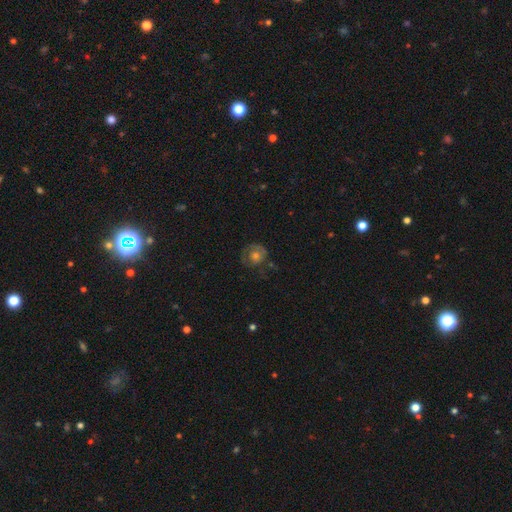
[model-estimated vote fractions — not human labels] Overall: featured or disk (47%; smooth 42%). Merging: none (66%).